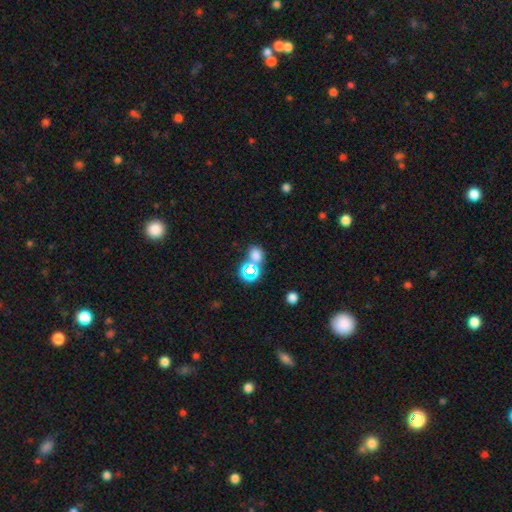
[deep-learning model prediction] Q: Smooth or featured?
A: smooth (62%); runner-up: star or artifact (30%)
Q: How rounded?
A: round (63%); runner-up: in between (35%)
Q: Merging?
A: none (59%); runner-up: merger (27%)